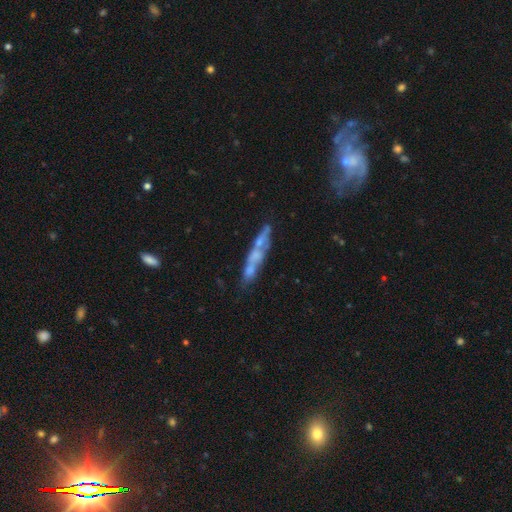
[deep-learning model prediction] The model was most divided on "edge-on disk": yes: 53%, no: 47%. More confident: smooth or featured — featured or disk (58%); merging — none (55%).